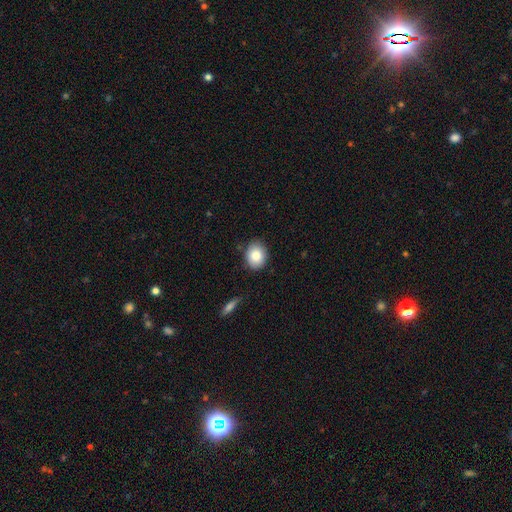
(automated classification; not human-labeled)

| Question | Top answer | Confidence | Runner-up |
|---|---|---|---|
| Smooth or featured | smooth | 85% | star or artifact (8%) |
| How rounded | in between | 51% | round (48%) |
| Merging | none | 83% | minor disturbance (13%) |